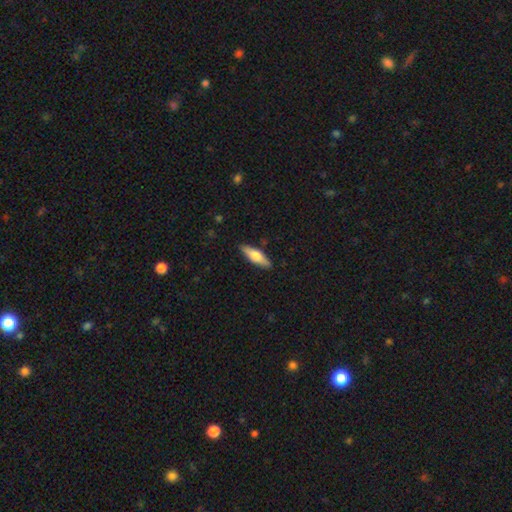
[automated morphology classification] smooth-or-featured: smooth: 57% | featured or disk: 37% | star or artifact: 6%
  how-rounded: cigar-shaped: 55% | in between: 42% | round: 2%
  merging: none: 89% | minor disturbance: 9% | major disturbance: 2% | merger: 1%